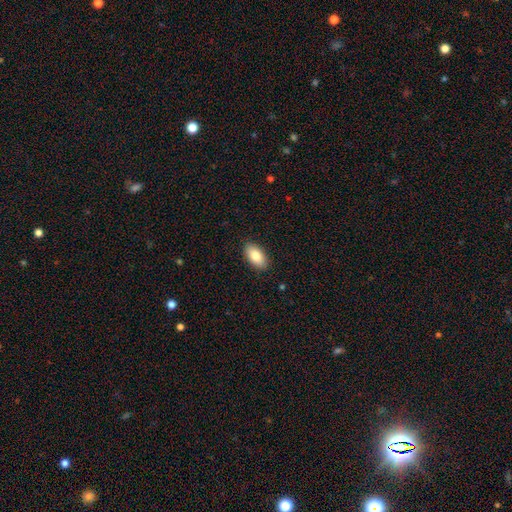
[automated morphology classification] Q: Smooth or featured?
A: smooth (83%); runner-up: featured or disk (10%)
Q: How rounded?
A: in between (94%); runner-up: cigar-shaped (3%)
Q: Merging?
A: none (89%); runner-up: minor disturbance (8%)